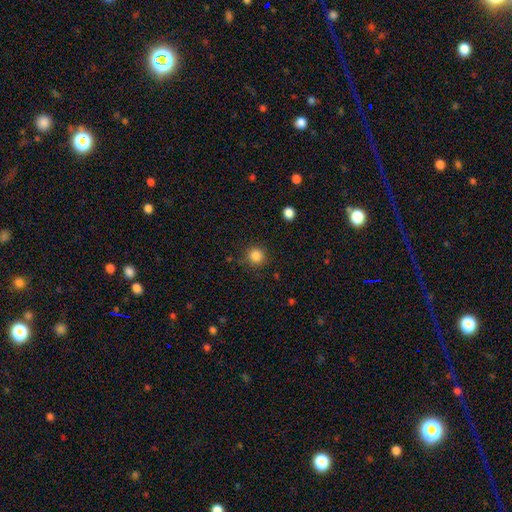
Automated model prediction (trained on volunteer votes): Q: Smooth or featured?
A: smooth (85%); runner-up: star or artifact (12%)
Q: How rounded?
A: round (93%); runner-up: in between (6%)
Q: Merging?
A: none (86%); runner-up: minor disturbance (9%)